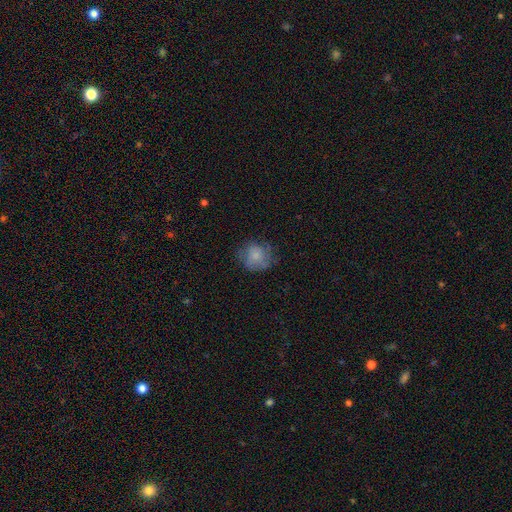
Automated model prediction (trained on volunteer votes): Smooth or featured?
  - smooth: 66% *
  - featured or disk: 25%
  - star or artifact: 9%
How rounded?
  - round: 78% *
  - in between: 21%
  - cigar-shaped: 1%
Merging?
  - none: 58% *
  - minor disturbance: 25%
  - major disturbance: 15%
  - merger: 1%